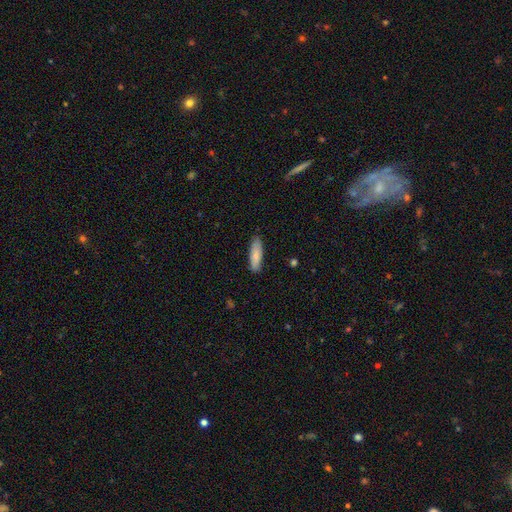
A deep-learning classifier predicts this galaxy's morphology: This appears to be a smooth galaxy with no disk features (84%) that is cigar-shaped (53%). Merging: none (85%).